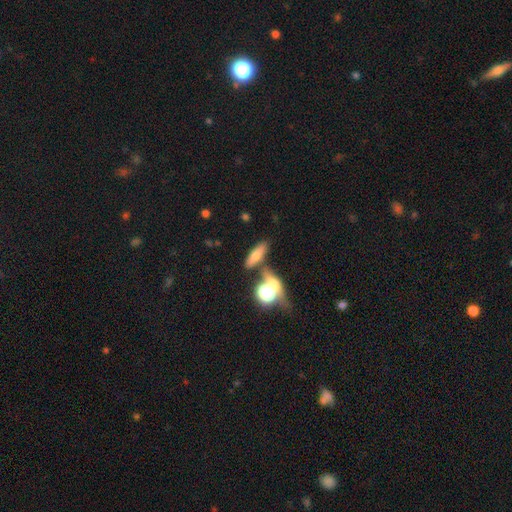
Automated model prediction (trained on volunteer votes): Q: Smooth or featured?
A: smooth (58%); runner-up: featured or disk (23%)
Q: How rounded?
A: cigar-shaped (50%); runner-up: in between (39%)
Q: Merging?
A: none (67%); runner-up: merger (16%)